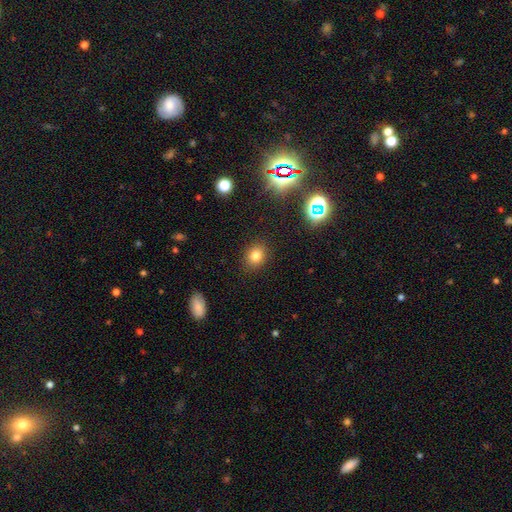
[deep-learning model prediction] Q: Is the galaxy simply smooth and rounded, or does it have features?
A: smooth — 77%.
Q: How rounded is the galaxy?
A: round — 61%.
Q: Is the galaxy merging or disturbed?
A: none — 88%.